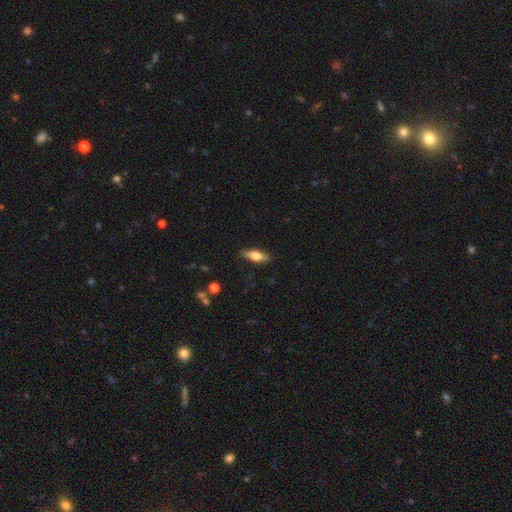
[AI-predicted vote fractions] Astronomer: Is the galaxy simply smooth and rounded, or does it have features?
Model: smooth — 61%.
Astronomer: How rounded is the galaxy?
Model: in between — 60% (runner-up: cigar-shaped, 37%).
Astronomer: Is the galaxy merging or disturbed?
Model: none — 87%.